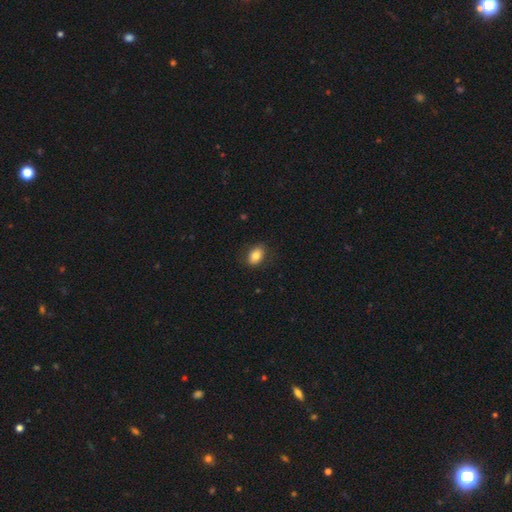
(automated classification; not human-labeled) Smooth or featured? smooth (83%)
How rounded? in between (83%)
Merging? none (84%)